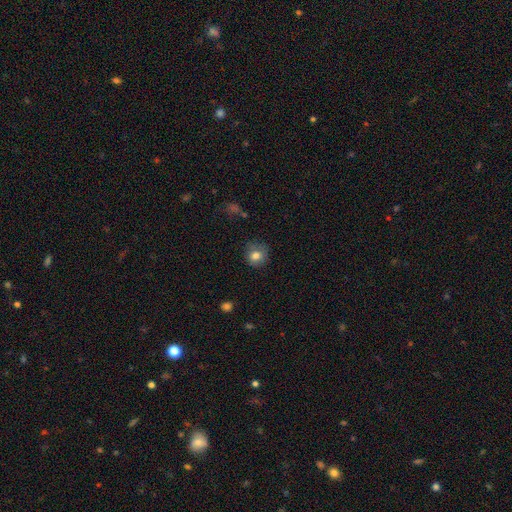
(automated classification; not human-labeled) smooth 79%, featured or disk 11%, star or artifact 10%. Down the decision tree: how rounded — round (83%); merging — none (71%).